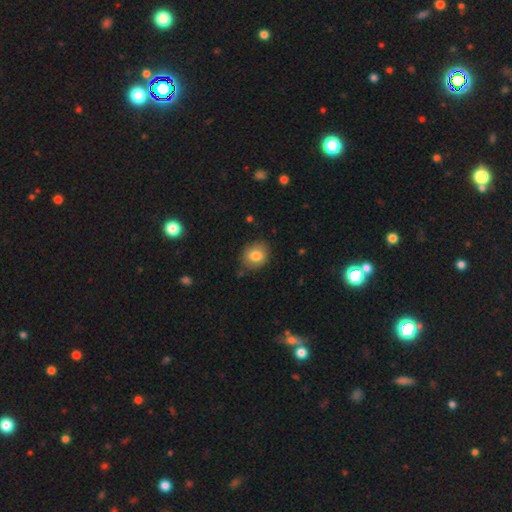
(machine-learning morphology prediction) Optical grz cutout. It shows a smooth galaxy with no disk features (81%) that is round (68%). Merging: none (82%).